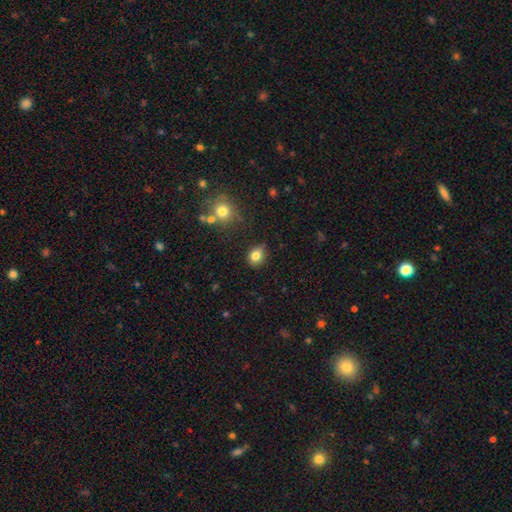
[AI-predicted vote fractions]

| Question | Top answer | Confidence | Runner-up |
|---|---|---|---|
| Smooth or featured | smooth | 82% | star or artifact (11%) |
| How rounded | round | 61% | in between (38%) |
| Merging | none | 82% | minor disturbance (13%) |